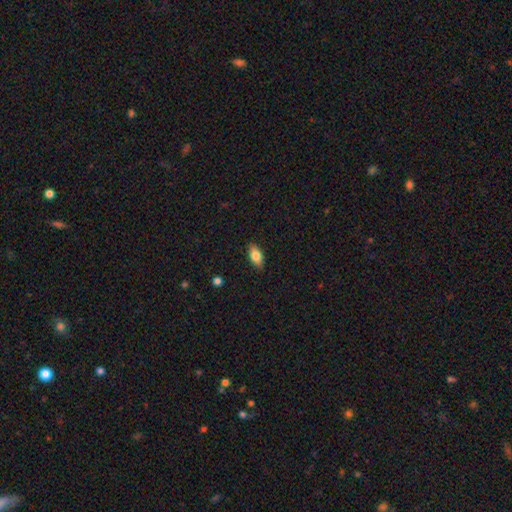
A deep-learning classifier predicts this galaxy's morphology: smooth_or_featured: smooth (p=0.80) [alt: featured or disk p=0.13]
how_rounded: in between (p=0.89) [alt: cigar-shaped p=0.07]
merging: none (p=0.88) [alt: minor disturbance p=0.09]